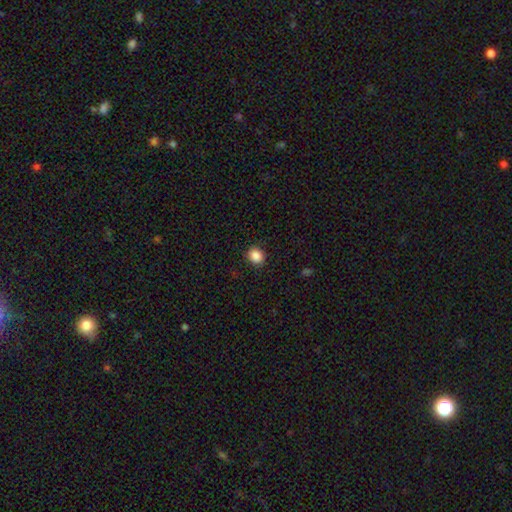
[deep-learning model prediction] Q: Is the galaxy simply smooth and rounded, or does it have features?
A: smooth — 88%.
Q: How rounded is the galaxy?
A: round — 69%.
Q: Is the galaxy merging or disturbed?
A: none — 89%.